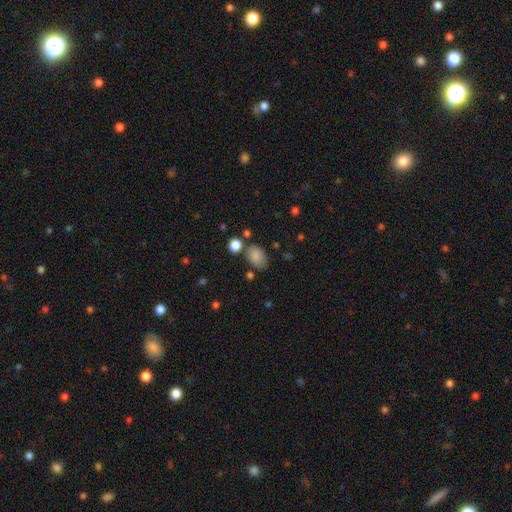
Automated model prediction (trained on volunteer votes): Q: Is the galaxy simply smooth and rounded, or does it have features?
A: smooth — 84%.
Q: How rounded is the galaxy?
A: in between — 81%.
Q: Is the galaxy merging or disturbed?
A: none — 68%.